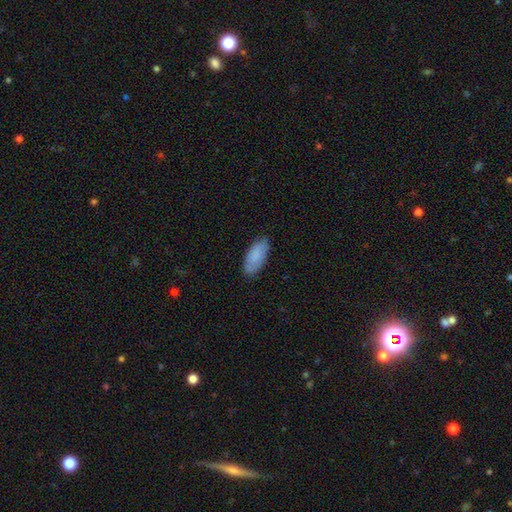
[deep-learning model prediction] The model was most divided on "merging": none: 79%, minor disturbance: 17%, major disturbance: 3%, merger: 1%. More confident: how rounded — in between (89%); smooth or featured — smooth (82%).